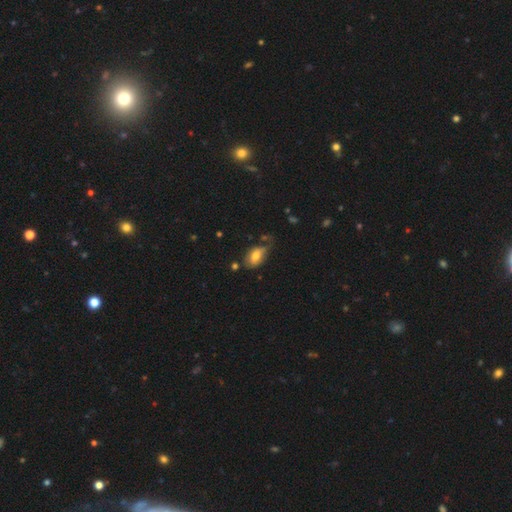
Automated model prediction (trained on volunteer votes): smooth 70%, featured or disk 22%, star or artifact 8%. Down the decision tree: how rounded — in between (91%); merging — none (46%).